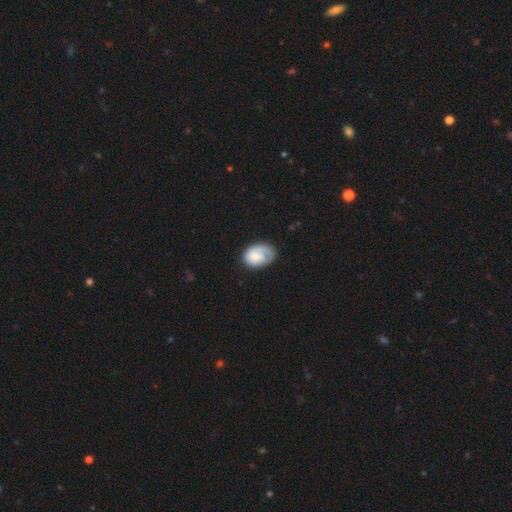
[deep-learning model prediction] A smooth galaxy with no disk features (58%) that is in between round and cigar-shaped (80%). Merging: none (56%).